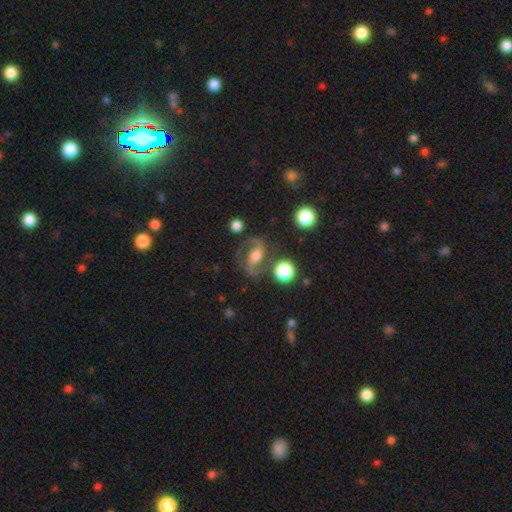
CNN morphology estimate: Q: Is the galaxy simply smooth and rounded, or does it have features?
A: featured or disk — 80%.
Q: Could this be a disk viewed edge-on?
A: no — 97%.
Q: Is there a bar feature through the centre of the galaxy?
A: weak — 38%.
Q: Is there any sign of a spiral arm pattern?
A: yes — 95%.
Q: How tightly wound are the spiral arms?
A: medium — 47%.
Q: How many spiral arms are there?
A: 2 — 93%.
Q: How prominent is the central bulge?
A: moderate — 64%.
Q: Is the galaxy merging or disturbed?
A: none — 72%.